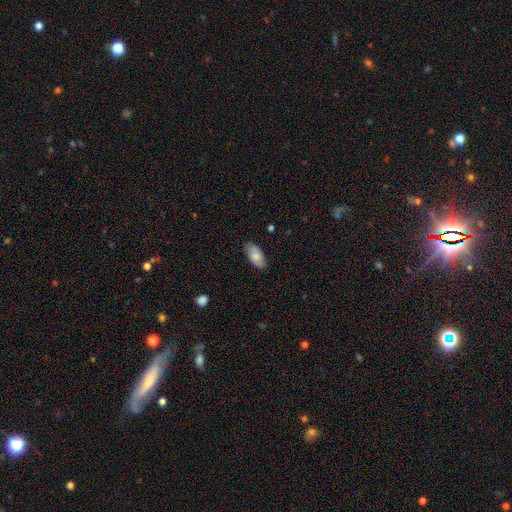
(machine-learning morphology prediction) A smooth galaxy with no disk features (75%) that is in between round and cigar-shaped (92%). Merging: none (80%).